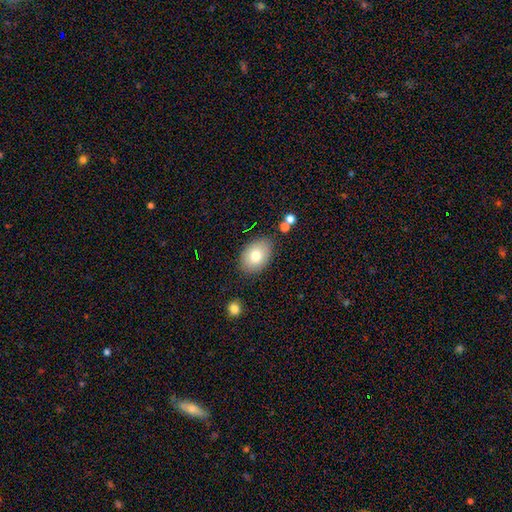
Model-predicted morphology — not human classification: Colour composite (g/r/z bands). It shows a smooth galaxy with no disk features (78%) that is in between round and cigar-shaped (82%). Merging: none (82%).